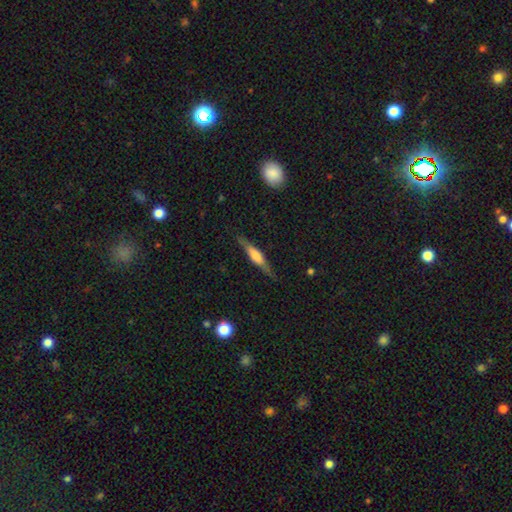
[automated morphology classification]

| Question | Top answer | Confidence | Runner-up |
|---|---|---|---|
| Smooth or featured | featured or disk | 60% | smooth (33%) |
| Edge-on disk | yes | 95% | no (5%) |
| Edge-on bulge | rounded | 51% | boxy (40%) |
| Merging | none | 83% | minor disturbance (12%) |